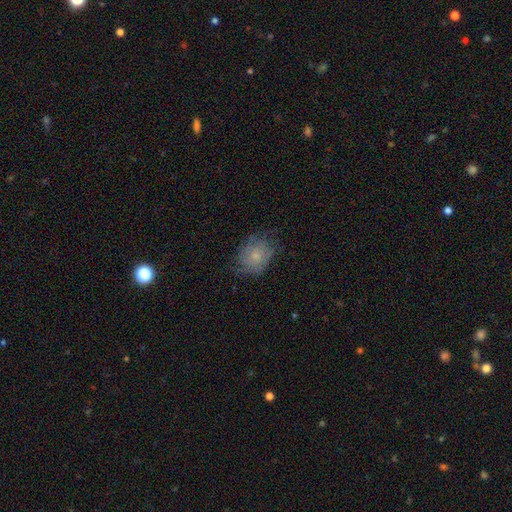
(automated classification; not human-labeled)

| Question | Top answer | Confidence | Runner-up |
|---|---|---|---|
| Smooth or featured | smooth | 64% | featured or disk (27%) |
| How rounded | round | 51% | in between (48%) |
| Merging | none | 63% | minor disturbance (25%) |